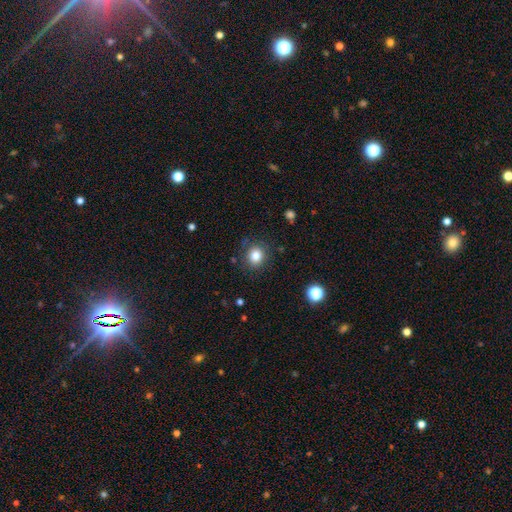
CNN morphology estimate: Q: Smooth or featured?
A: smooth (83%); runner-up: star or artifact (11%)
Q: How rounded?
A: round (81%); runner-up: in between (18%)
Q: Merging?
A: none (84%); runner-up: minor disturbance (11%)